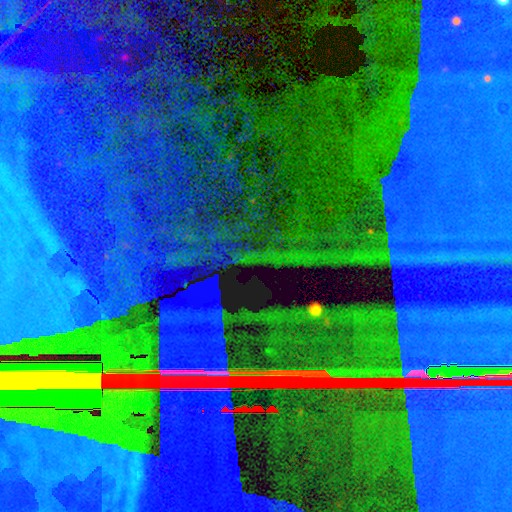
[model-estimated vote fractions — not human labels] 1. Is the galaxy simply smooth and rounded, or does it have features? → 85% star or artifact, 9% featured or disk, 6% smooth.